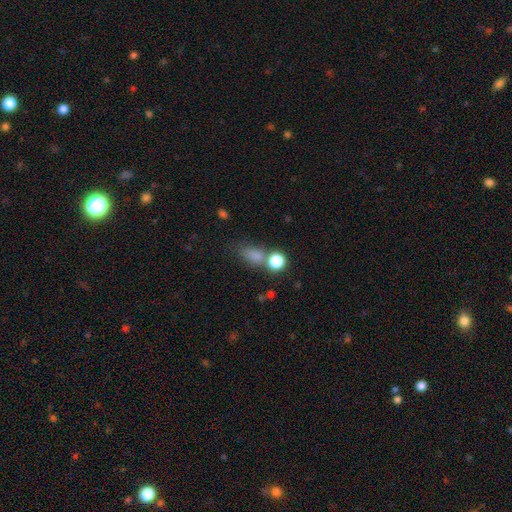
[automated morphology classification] Smooth or featured?
  - smooth: 76% *
  - star or artifact: 16%
  - featured or disk: 8%
How rounded?
  - in between: 63% *
  - round: 32%
  - cigar-shaped: 5%
Merging?
  - none: 52% *
  - merger: 22%
  - minor disturbance: 16%
  - major disturbance: 10%